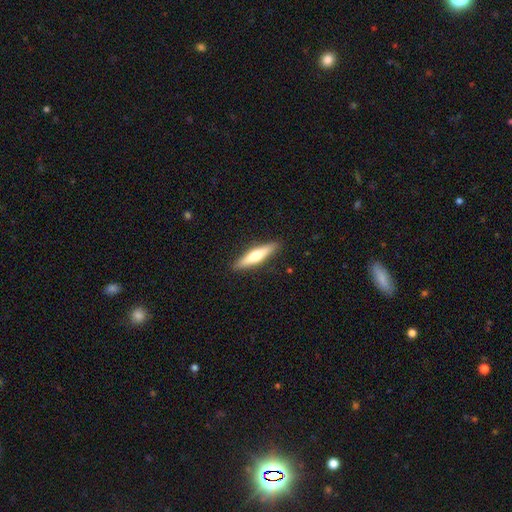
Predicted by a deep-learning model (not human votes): This is possibly a smooth galaxy (50%). How rounded: clearly cigar-shaped (82%). Merging: clearly none (90%).